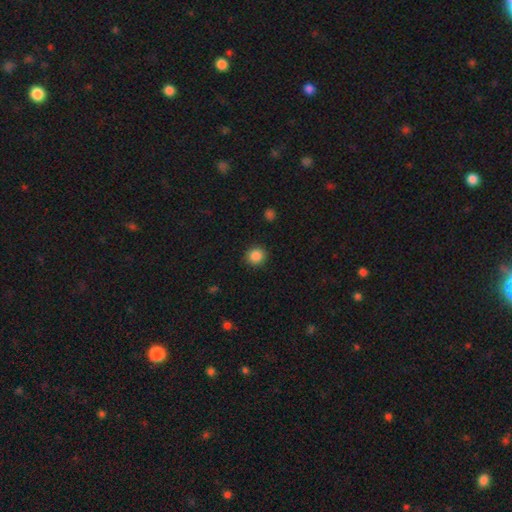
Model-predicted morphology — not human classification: A smooth galaxy with no disk features (87%) that is round (91%). Merging: none (91%).